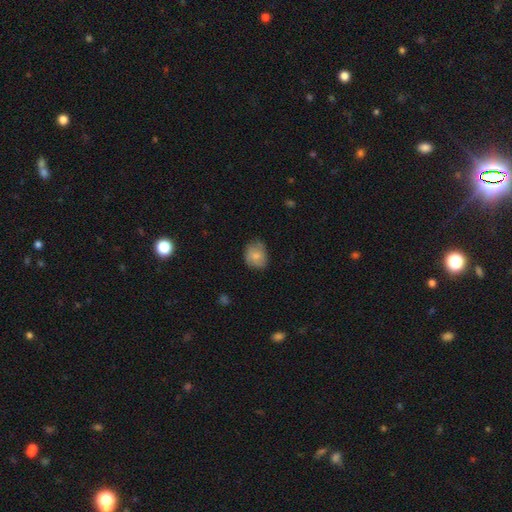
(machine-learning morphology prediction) smooth-or-featured: smooth: 67% | featured or disk: 26% | star or artifact: 7%
  how-rounded: round: 56% | in between: 43% | cigar-shaped: 1%
  merging: none: 61% | minor disturbance: 30% | major disturbance: 8% | merger: 1%